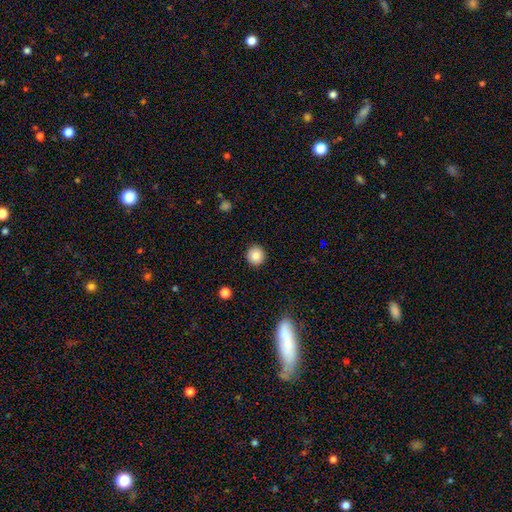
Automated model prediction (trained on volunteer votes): Smooth or featured? Predicted: smooth (p=0.85). How rounded? Predicted: round (p=0.92). Merging? Predicted: none (p=0.92).